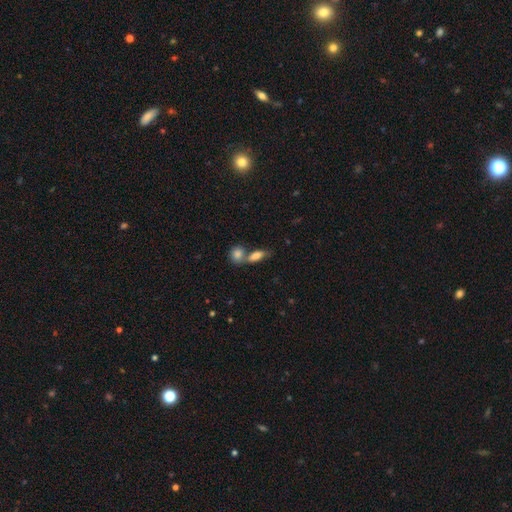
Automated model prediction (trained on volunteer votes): smooth-or-featured: smooth: 80% | featured or disk: 12% | star or artifact: 8%
  how-rounded: in between: 77% | cigar-shaped: 15% | round: 8%
  merging: merger: 49% | none: 38% | minor disturbance: 9% | major disturbance: 4%